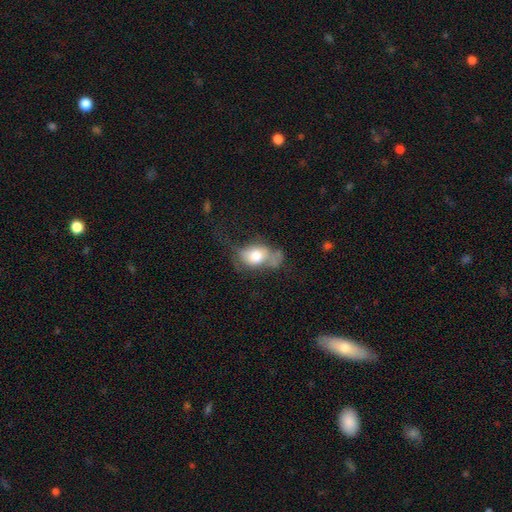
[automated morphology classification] A smooth galaxy with no disk features (67%) that is in between round and cigar-shaped (78%). Merging: major disturbance (36%).